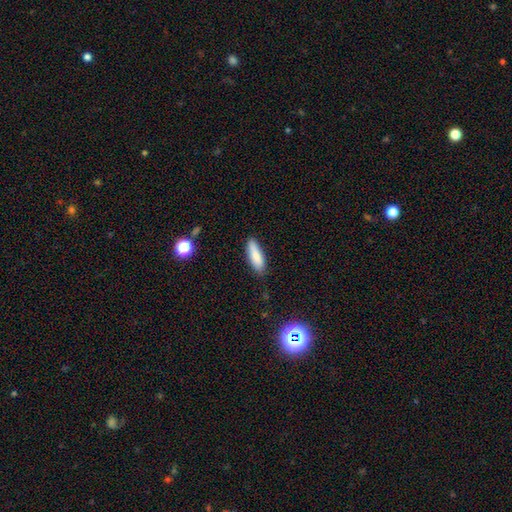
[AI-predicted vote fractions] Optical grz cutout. It shows a smooth galaxy with no disk features (84%) that is cigar-shaped (56%). Merging: none (82%).